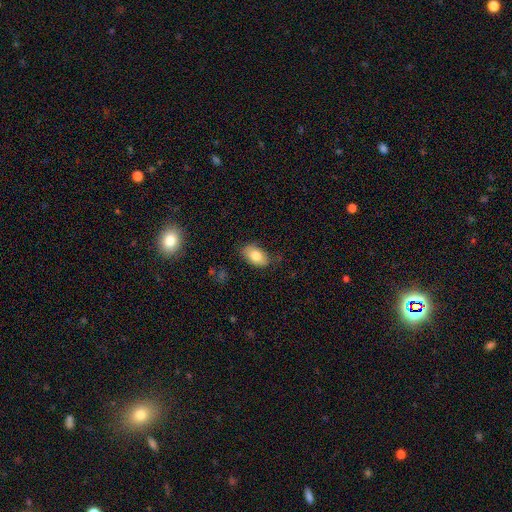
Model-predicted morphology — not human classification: A smooth galaxy with no disk features (81%) that is in between round and cigar-shaped (92%).

Vote fractions:
- Smooth or featured? smooth: 81% / featured or disk: 12% / star or artifact: 7%
- How rounded? in between: 92% / round: 6% / cigar-shaped: 1%
- Merging? none: 77% / minor disturbance: 18% / major disturbance: 4% / merger: 1%